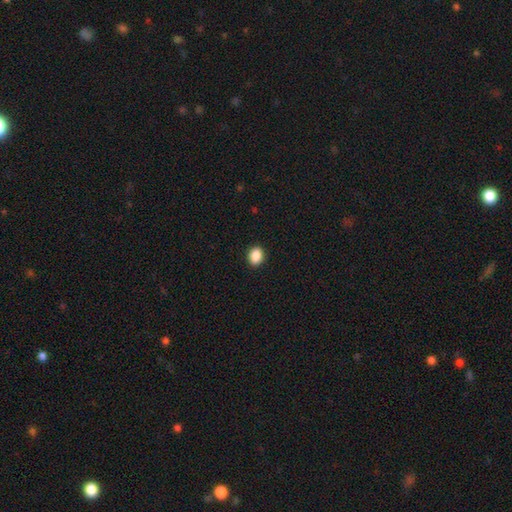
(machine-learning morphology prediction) A smooth galaxy with no disk features (89%) that is in between round and cigar-shaped (57%).

Vote fractions:
- Smooth or featured? smooth: 89% / star or artifact: 9% / featured or disk: 3%
- How rounded? in between: 57% / round: 42% / cigar-shaped: 1%
- Merging? none: 92% / minor disturbance: 6% / major disturbance: 2% / merger: 1%